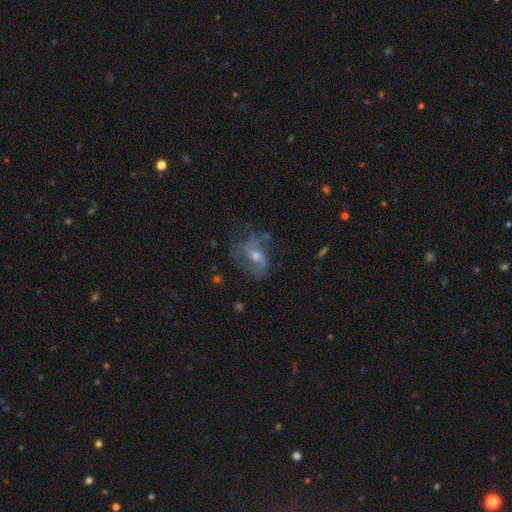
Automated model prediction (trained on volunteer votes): Overall: featured or disk (61%; smooth 26%). Edge-on disk: no (95%). Bar: no (56%; weak 35%). Spiral arms: yes (70%). Bulge size: moderate (58%; small 32%). Merging: none (49%; major disturbance 24%).